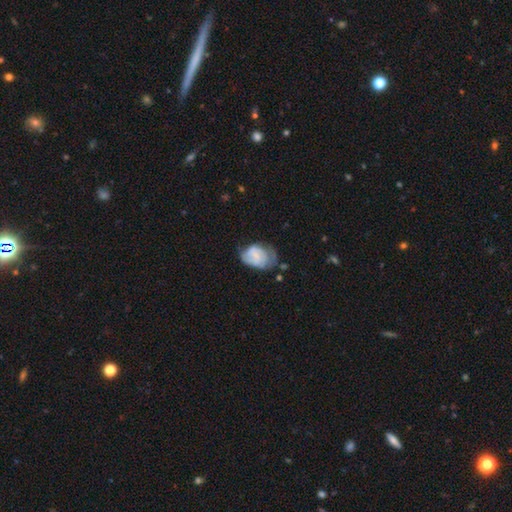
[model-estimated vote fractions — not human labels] The model was most divided on "merging": minor disturbance: 38%, none: 34%, major disturbance: 24%, merger: 4%. More confident: how rounded — in between (75%); smooth or featured — smooth (53%).